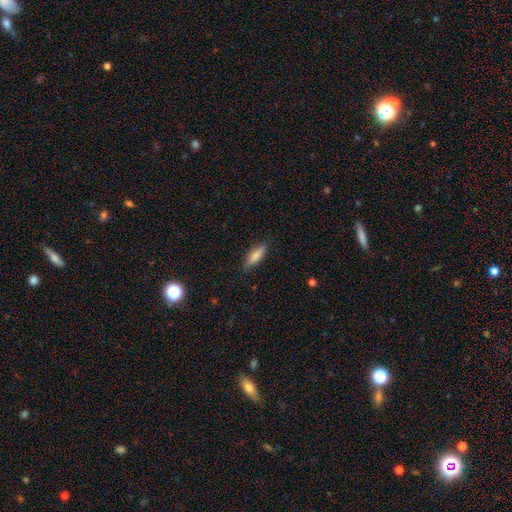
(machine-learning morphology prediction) This is likely a smooth galaxy (79%). How rounded: possibly cigar-shaped (53%). Merging: clearly none (83%).